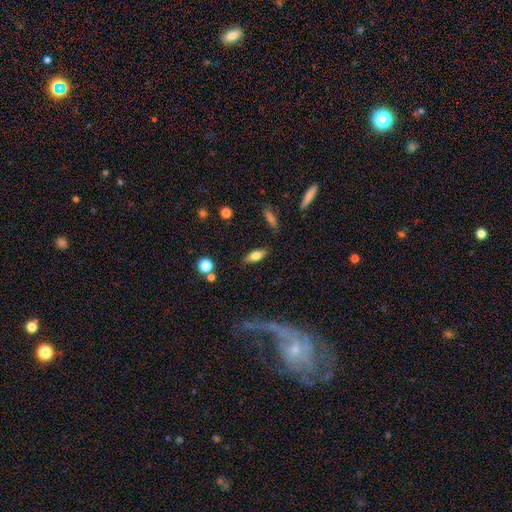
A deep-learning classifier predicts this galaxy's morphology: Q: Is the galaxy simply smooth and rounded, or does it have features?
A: smooth — 69%.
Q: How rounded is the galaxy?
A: in between — 74%.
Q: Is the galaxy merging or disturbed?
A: none — 81%.